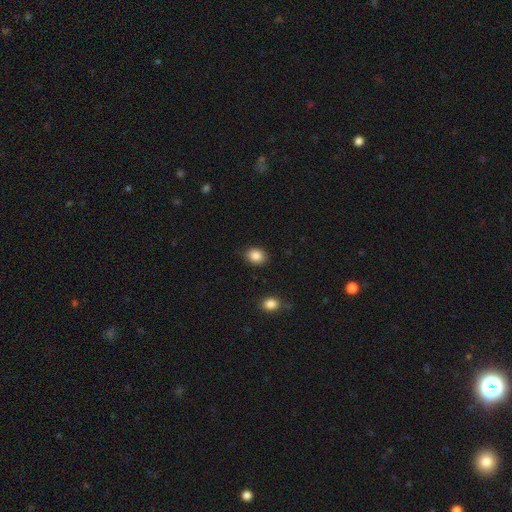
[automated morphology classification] This appears to be a smooth galaxy with no disk features (86%) that is in between round and cigar-shaped (50%). Merging: none (86%).